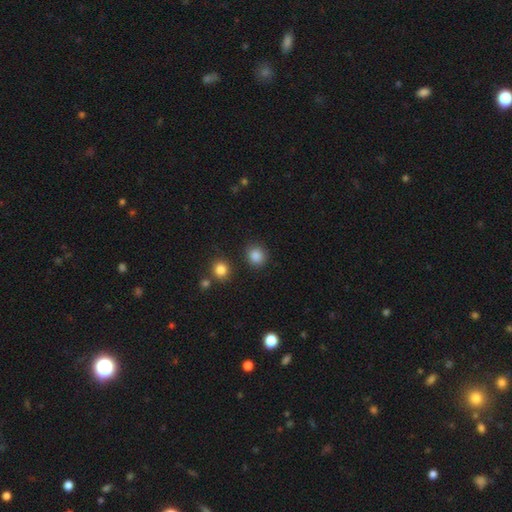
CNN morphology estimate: A smooth galaxy with no disk features (86%) that is round (84%). Merging: none (87%).